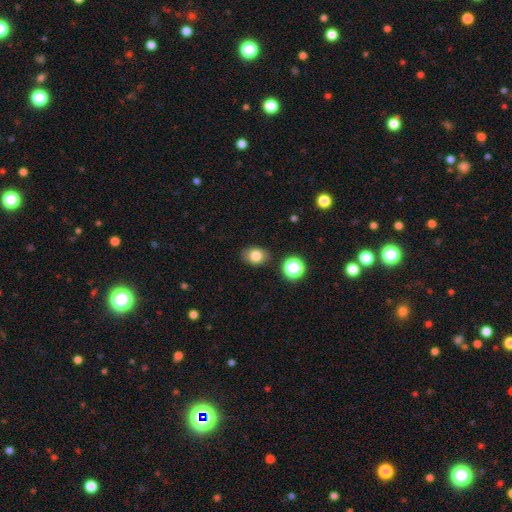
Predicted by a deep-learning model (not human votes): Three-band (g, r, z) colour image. It shows a smooth galaxy with no disk features (80%) that is in between round and cigar-shaped (55%). Merging: none (84%).